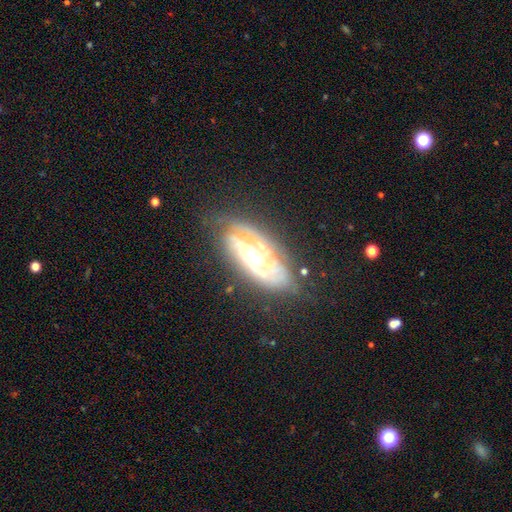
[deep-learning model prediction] The model was most divided on "bar": no: 38%, weak: 32%, strong: 30%. Remaining: spiral arms — yes (85%); smooth or featured — featured or disk (83%); edge-on disk — no (81%); merging — none (72%); spiral winding — tight (63%); bulge size — moderate (52%); spiral arm count — 2 (45%).